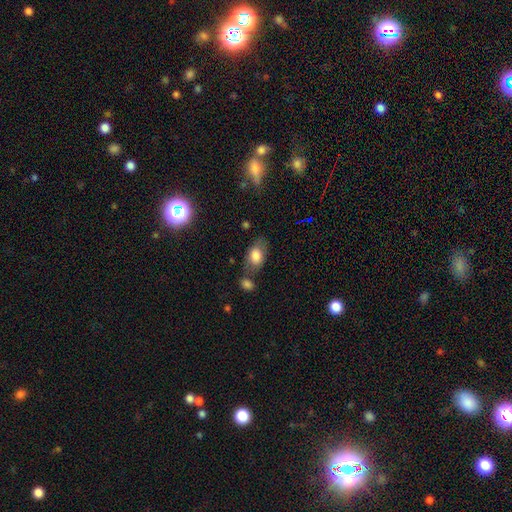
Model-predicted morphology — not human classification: This is likely a smooth galaxy (75%). How rounded: clearly in between (88%). Merging: likely none (62%).